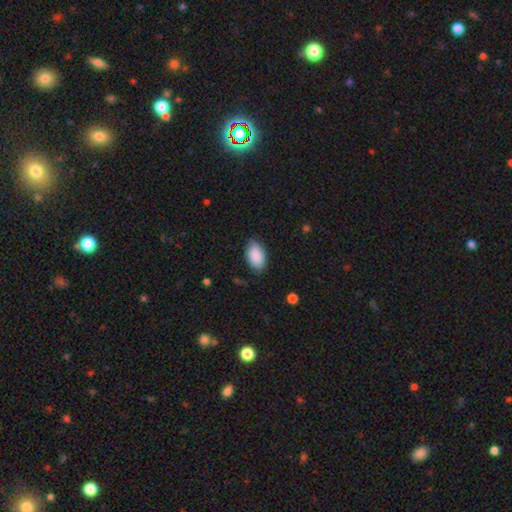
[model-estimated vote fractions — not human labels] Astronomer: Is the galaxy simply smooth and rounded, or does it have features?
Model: smooth — 90%.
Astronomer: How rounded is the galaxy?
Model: in between — 95%.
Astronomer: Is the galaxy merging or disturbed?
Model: none — 83%.